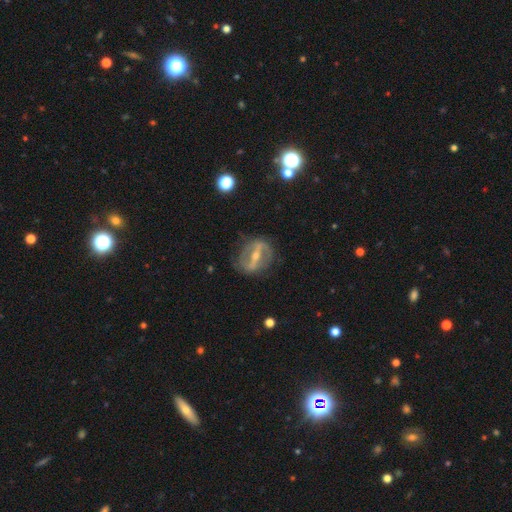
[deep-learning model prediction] smooth-or-featured: featured or disk: 80% | smooth: 12% | star or artifact: 8%
  disk-edge-on: no: 84% | yes: 16%
    bar: strong: 75% | weak: 18% | no: 7%
    has-spiral-arms: yes: 56% | no: 44%
    bulge-size: small: 52% | moderate: 43% | none: 2% | large: 2% | dominant: 1%
  merging: none: 76% | minor disturbance: 15% | major disturbance: 7% | merger: 2%